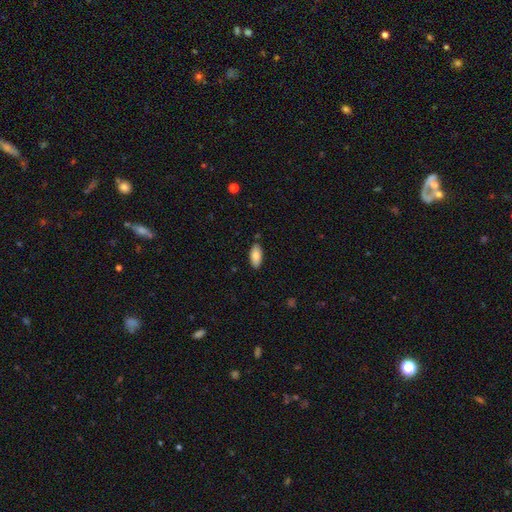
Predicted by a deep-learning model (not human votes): Smooth or featured? smooth (83%)
How rounded? in between (90%)
Merging? none (86%)